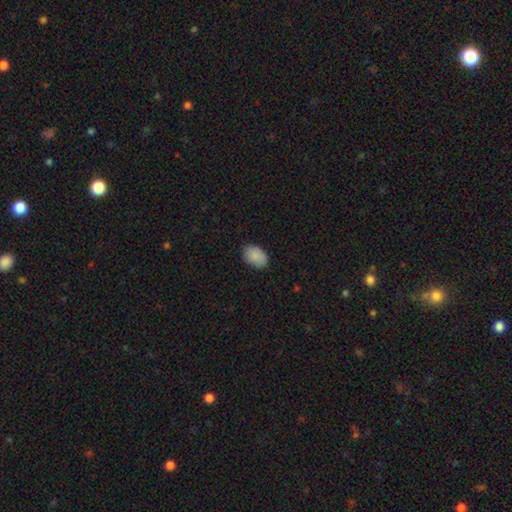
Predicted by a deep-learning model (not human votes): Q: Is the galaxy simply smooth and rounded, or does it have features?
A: smooth — 89%.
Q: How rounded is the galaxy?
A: in between — 86%.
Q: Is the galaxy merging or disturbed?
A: none — 84%.